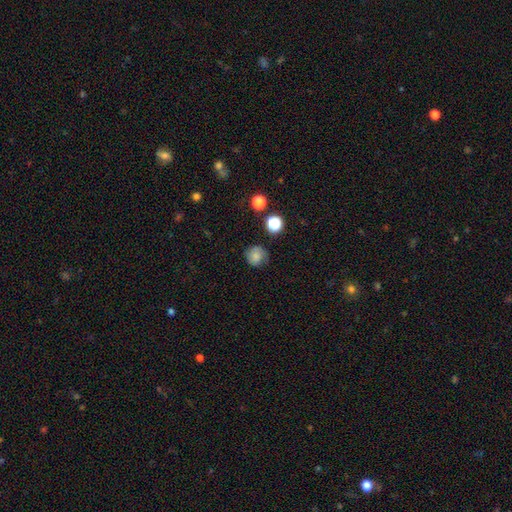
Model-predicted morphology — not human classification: Smooth or featured?
  - smooth: 72% *
  - featured or disk: 15%
  - star or artifact: 13%
How rounded?
  - round: 86% *
  - in between: 13%
  - cigar-shaped: 1%
Merging?
  - none: 66% *
  - minor disturbance: 23%
  - major disturbance: 8%
  - merger: 2%